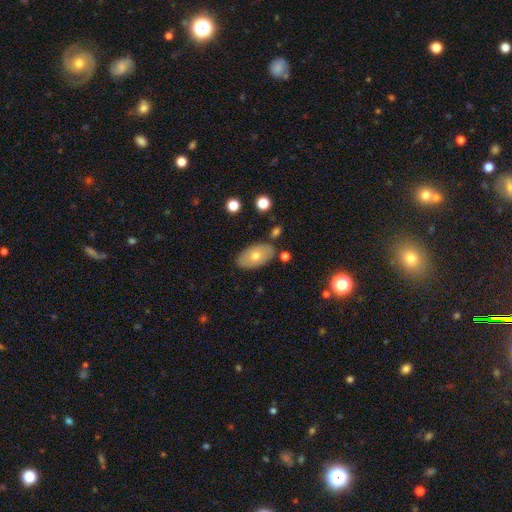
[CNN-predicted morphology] This is likely a smooth galaxy (62%). How rounded: clearly in between (93%). Merging: clearly none (81%).